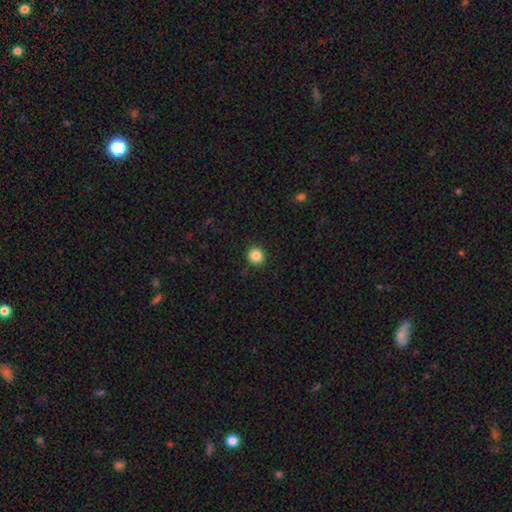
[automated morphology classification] A smooth galaxy with no disk features (86%) that is round (88%). Merging: none (92%).